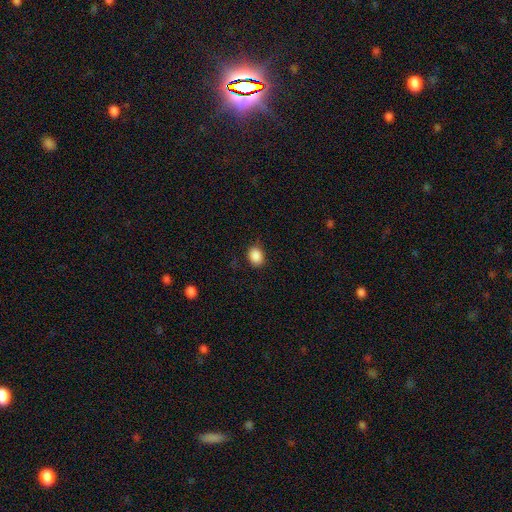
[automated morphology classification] smooth-or-featured: smooth: 88% | star or artifact: 9% | featured or disk: 3%
  how-rounded: in between: 59% | round: 40% | cigar-shaped: 1%
  merging: none: 85% | minor disturbance: 11% | major disturbance: 3% | merger: 1%